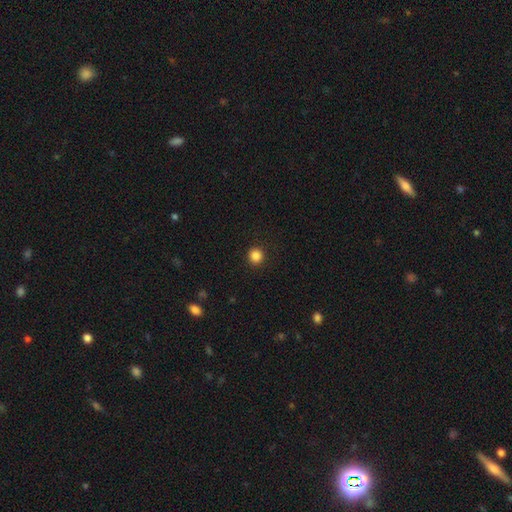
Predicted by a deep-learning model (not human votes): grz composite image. It shows a smooth galaxy with no disk features (86%) that is round (94%). Merging: none (93%).